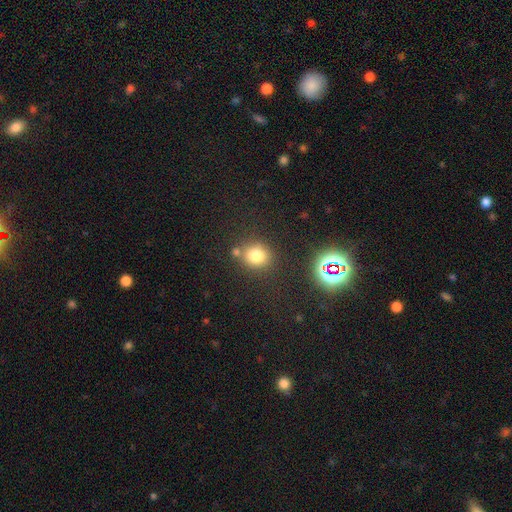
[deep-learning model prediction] A smooth galaxy with no disk features (77%) that is round (79%).

Vote fractions:
- Smooth or featured? smooth: 77% / star or artifact: 15% / featured or disk: 8%
- How rounded? round: 79% / in between: 20% / cigar-shaped: 1%
- Merging? none: 72% / merger: 13% / minor disturbance: 11% / major disturbance: 4%